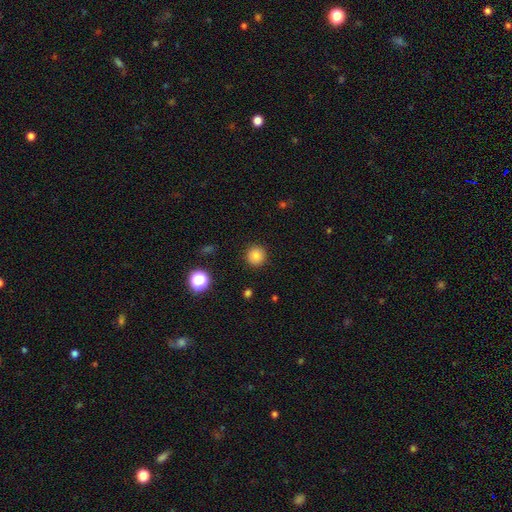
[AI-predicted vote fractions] Smooth or featured: smooth — 83% (star or artifact — 12%)
How rounded: round — 95% (in between — 4%)
Merging: none — 91% (minor disturbance — 6%)